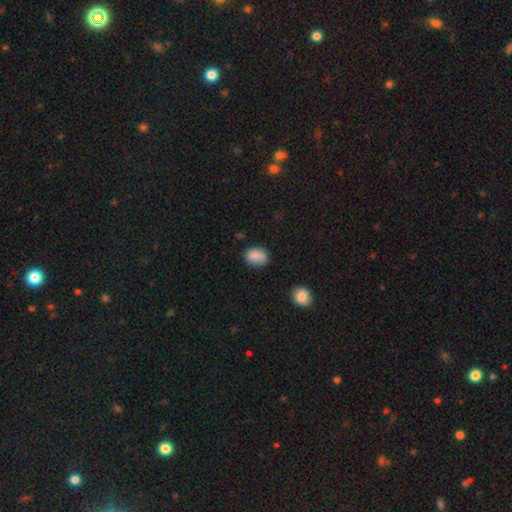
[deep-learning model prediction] A smooth galaxy with no disk features (87%) that is in between round and cigar-shaped (72%).

Vote fractions:
- Smooth or featured? smooth: 87% / star or artifact: 9% / featured or disk: 4%
- How rounded? in between: 72% / round: 27% / cigar-shaped: 1%
- Merging? none: 72% / minor disturbance: 22% / major disturbance: 4% / merger: 2%